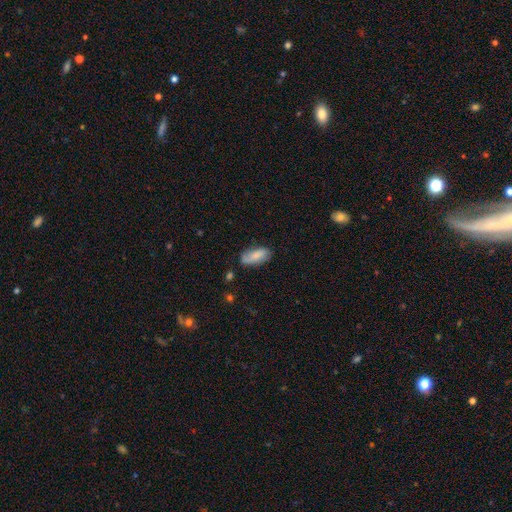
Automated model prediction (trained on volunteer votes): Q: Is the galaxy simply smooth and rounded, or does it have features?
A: smooth — 72%.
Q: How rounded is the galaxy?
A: in between — 85%.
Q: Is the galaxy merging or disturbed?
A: none — 69%.